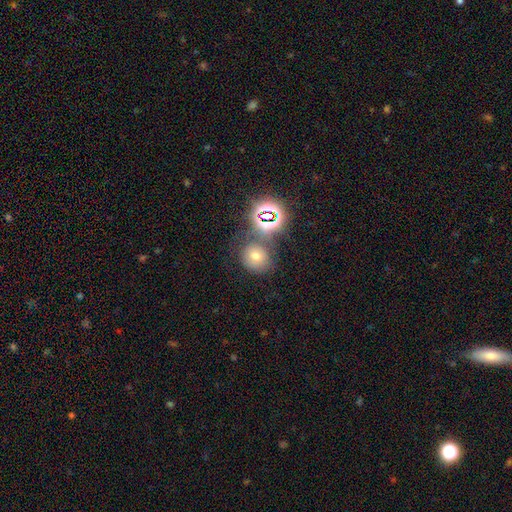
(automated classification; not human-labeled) Smooth or featured?
  - smooth: 53% *
  - star or artifact: 32%
  - featured or disk: 14%
How rounded?
  - round: 82% *
  - in between: 17%
  - cigar-shaped: 1%
Merging?
  - none: 69% *
  - merger: 13%
  - minor disturbance: 12%
  - major disturbance: 5%